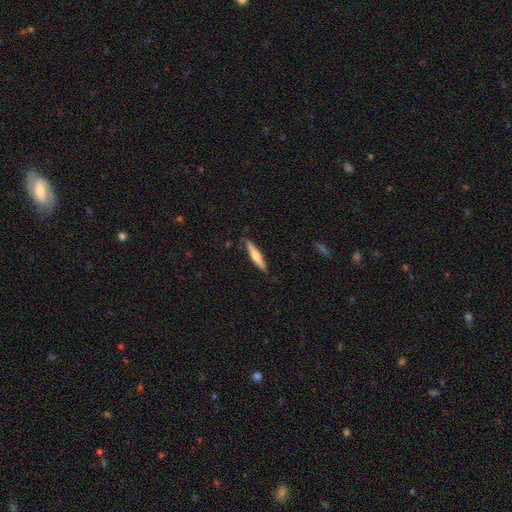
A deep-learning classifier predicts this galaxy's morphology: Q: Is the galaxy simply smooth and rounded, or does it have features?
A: smooth — 54%.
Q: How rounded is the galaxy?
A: cigar-shaped — 90%.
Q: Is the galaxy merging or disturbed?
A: none — 83%.